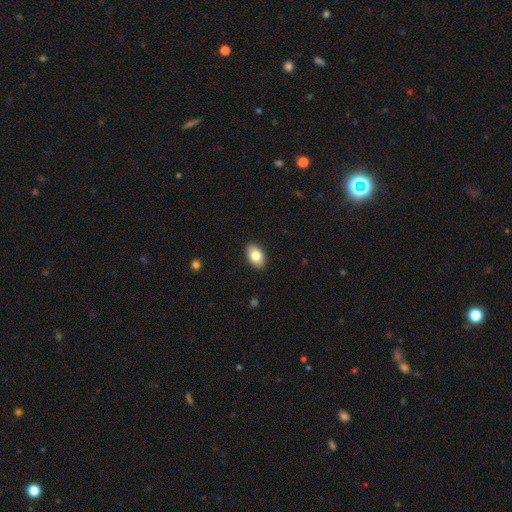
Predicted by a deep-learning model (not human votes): Smooth or featured: smooth — 81% (featured or disk — 11%)
How rounded: in between — 90% (round — 8%)
Merging: none — 90% (minor disturbance — 8%)